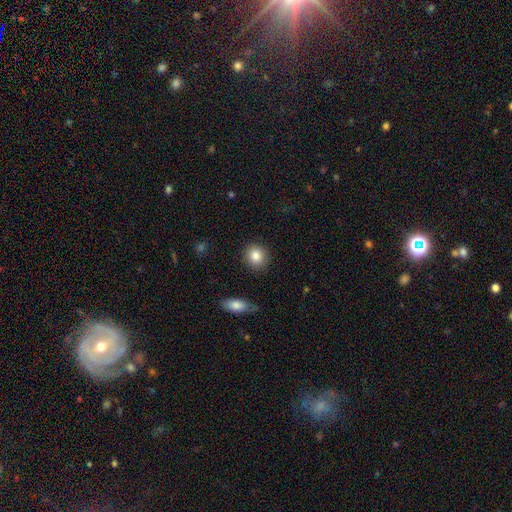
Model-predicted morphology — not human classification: smooth-or-featured: smooth: 86% | star or artifact: 8% | featured or disk: 6%
  how-rounded: round: 84% | in between: 15% | cigar-shaped: 1%
  merging: none: 90% | minor disturbance: 7% | major disturbance: 2% | merger: 2%